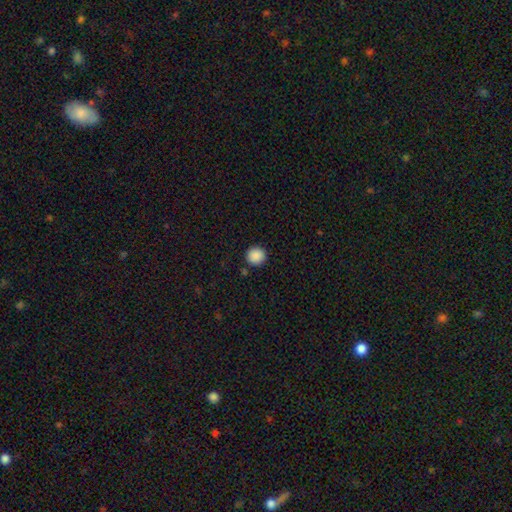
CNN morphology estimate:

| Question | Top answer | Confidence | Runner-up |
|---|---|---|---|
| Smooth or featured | smooth | 89% | star or artifact (9%) |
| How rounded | round | 95% | in between (4%) |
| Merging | none | 90% | minor disturbance (6%) |